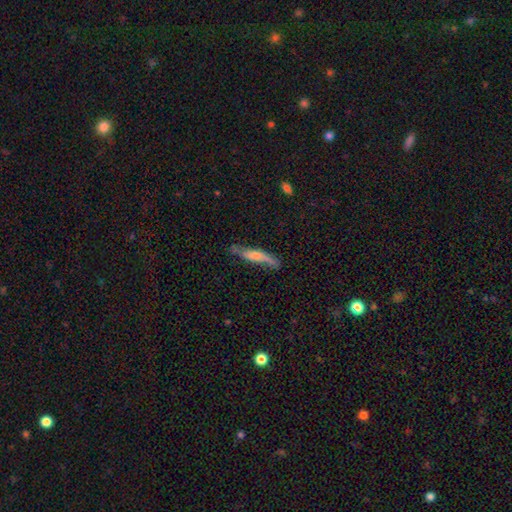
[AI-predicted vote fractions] This appears to be a smooth galaxy with no disk features (53%) that is cigar-shaped (86%). Merging: none (59%).